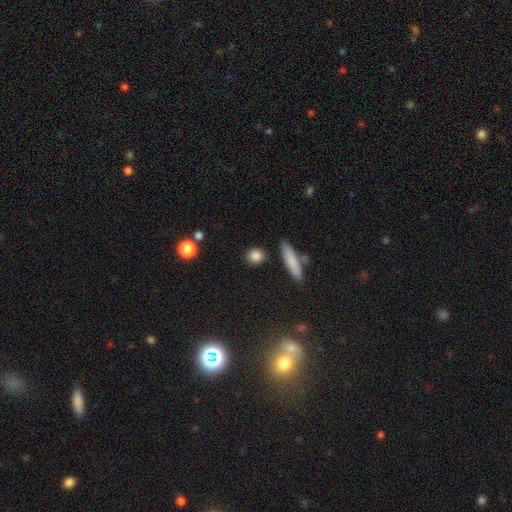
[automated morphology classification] Smooth or featured?
  - smooth: 85% *
  - star or artifact: 8%
  - featured or disk: 7%
How rounded?
  - round: 61% *
  - in between: 30%
  - cigar-shaped: 9%
Merging?
  - none: 86% *
  - minor disturbance: 8%
  - merger: 4%
  - major disturbance: 3%